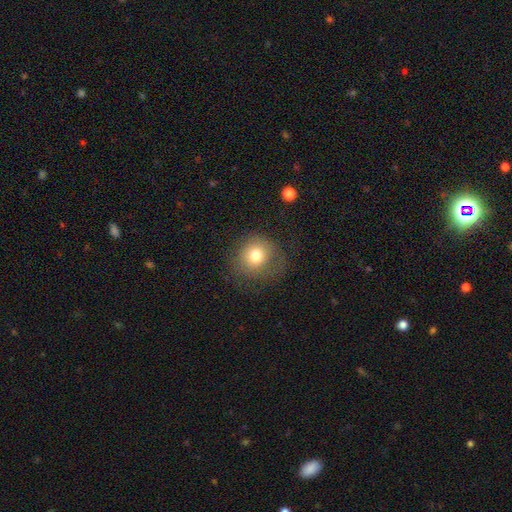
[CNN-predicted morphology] A smooth galaxy with no disk features (74%) that is round (85%). Merging: none (68%).